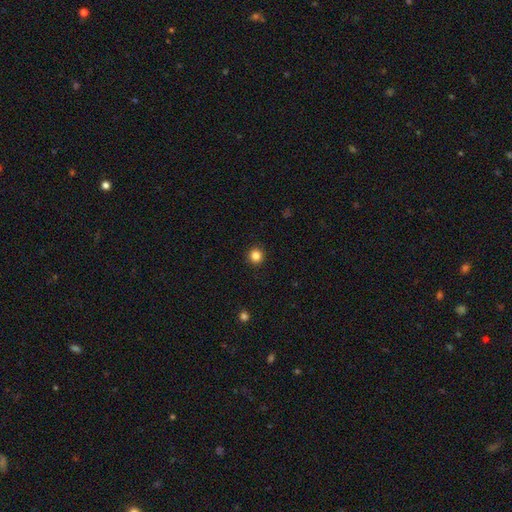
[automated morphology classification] Overall: smooth (84%). How rounded: round (94%). Merging: none (93%).